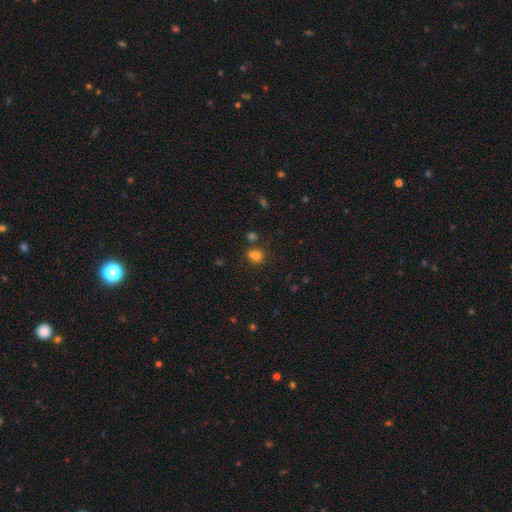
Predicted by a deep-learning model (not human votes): Smooth or featured? Predicted: smooth (p=0.75). How rounded? Predicted: round (p=0.66). Merging? Predicted: none (p=0.56).